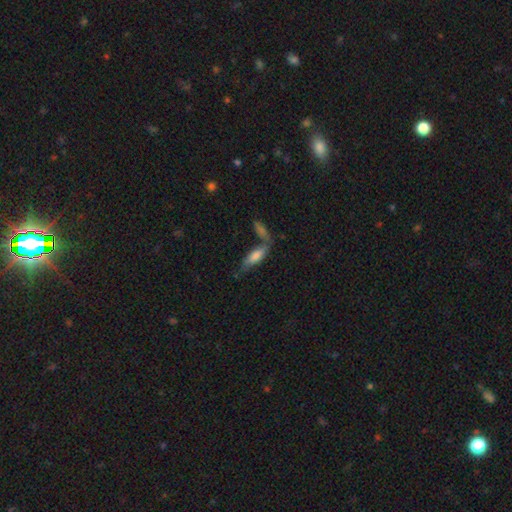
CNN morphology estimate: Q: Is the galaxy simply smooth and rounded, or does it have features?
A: smooth — 67%.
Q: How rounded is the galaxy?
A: in between — 55%.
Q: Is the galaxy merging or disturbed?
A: none — 44%.